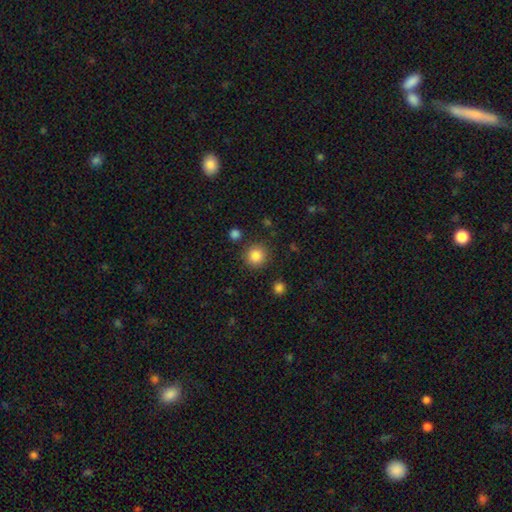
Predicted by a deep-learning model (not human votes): smooth 86%, star or artifact 10%, featured or disk 4%. Down the decision tree: how rounded — round (93%); merging — none (87%).